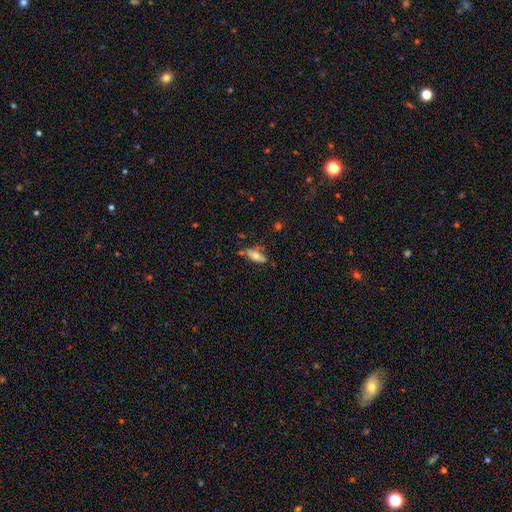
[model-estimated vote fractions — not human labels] Overall: smooth (65%; featured or disk 28%). How rounded: in between (72%). Merging: none (68%).